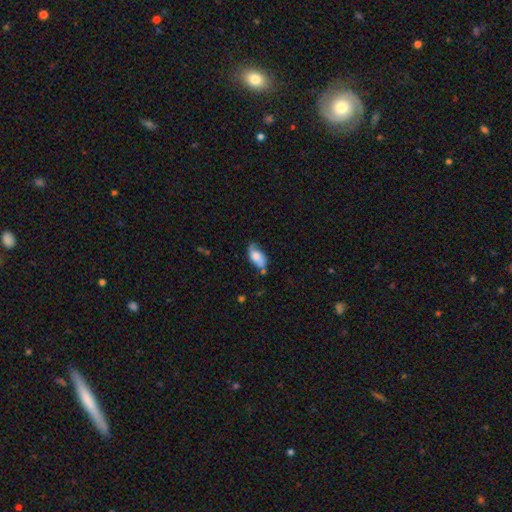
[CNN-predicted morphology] Smooth or featured?
  - smooth: 52% *
  - featured or disk: 40%
  - star or artifact: 8%
How rounded?
  - in between: 90% *
  - cigar-shaped: 6%
  - round: 4%
Merging?
  - none: 55% *
  - minor disturbance: 29%
  - major disturbance: 8%
  - merger: 7%